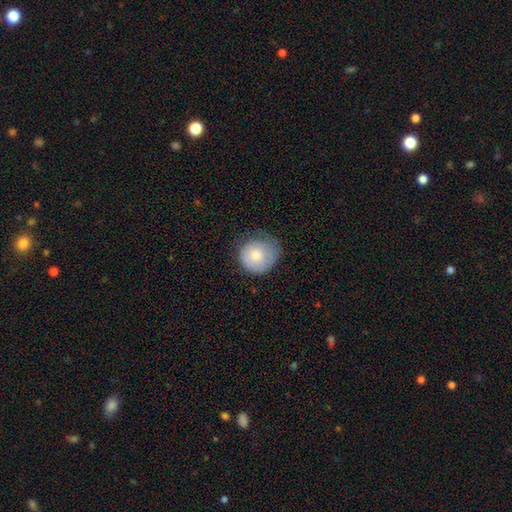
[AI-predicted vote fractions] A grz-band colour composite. It shows a smooth galaxy with no disk features (77%) that is round (85%). Merging: none (57%).